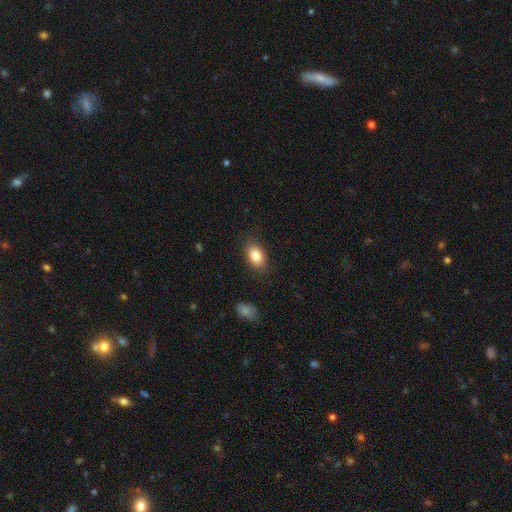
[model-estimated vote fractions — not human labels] smooth 85%, featured or disk 8%, star or artifact 7%. Down the decision tree: how rounded — in between (89%); merging — none (84%).